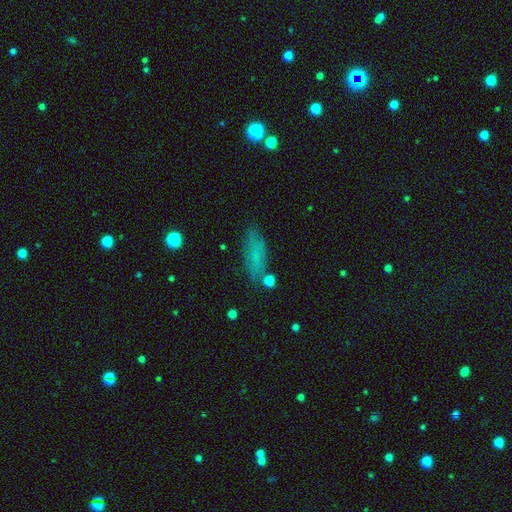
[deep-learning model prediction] Morphology: type=smooth (70%); roundness=in between (58%); merging=none (73%).